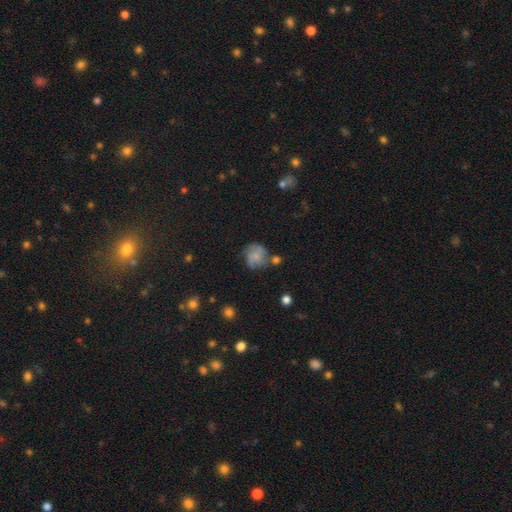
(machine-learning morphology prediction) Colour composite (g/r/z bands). It shows a smooth galaxy with no disk features (48%). Merging: none (54%).